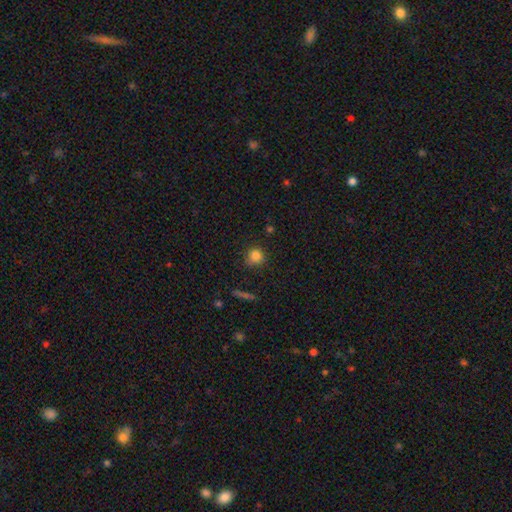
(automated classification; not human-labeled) Morphology: type=smooth (82%); roundness=round (86%); merging=none (75%).